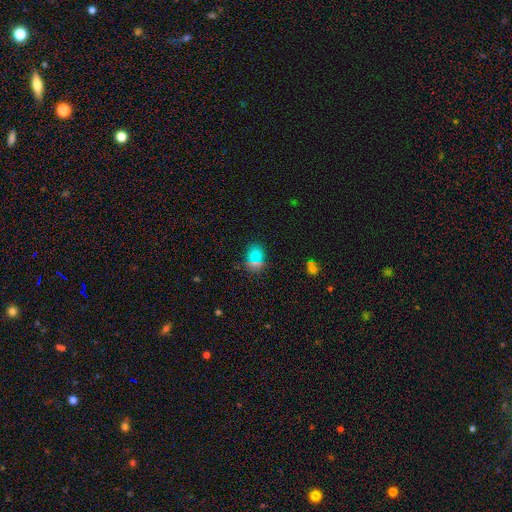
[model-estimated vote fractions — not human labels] Smooth or featured: smooth — 69% (star or artifact — 24%)
How rounded: round — 53% (in between — 44%)
Merging: none — 82% (minor disturbance — 11%)